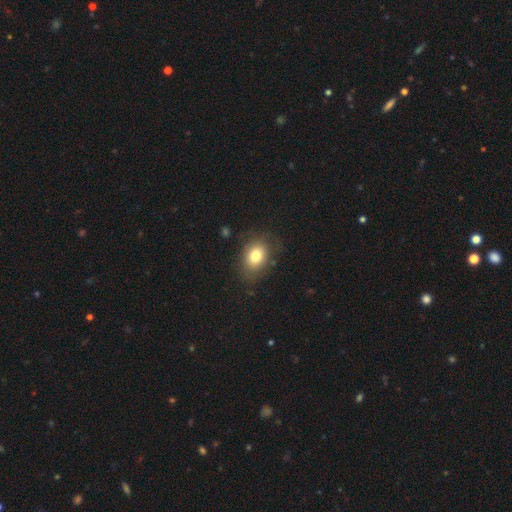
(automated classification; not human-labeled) This is likely a smooth galaxy (79%). How rounded: likely in between (70%). Merging: likely none (78%).